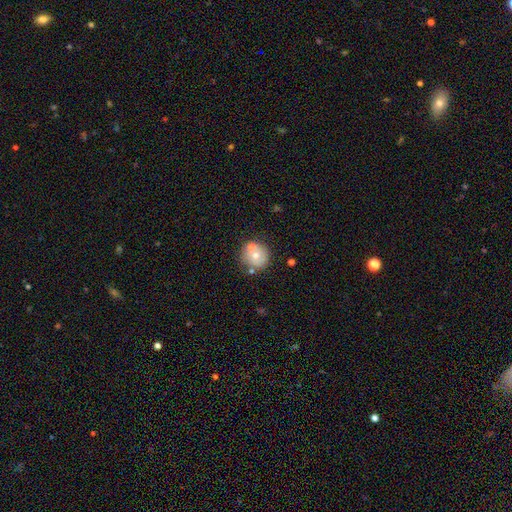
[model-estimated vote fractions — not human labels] Q: Smooth or featured?
A: smooth (61%); runner-up: featured or disk (30%)
Q: How rounded?
A: round (88%); runner-up: in between (11%)
Q: Merging?
A: none (60%); runner-up: merger (23%)